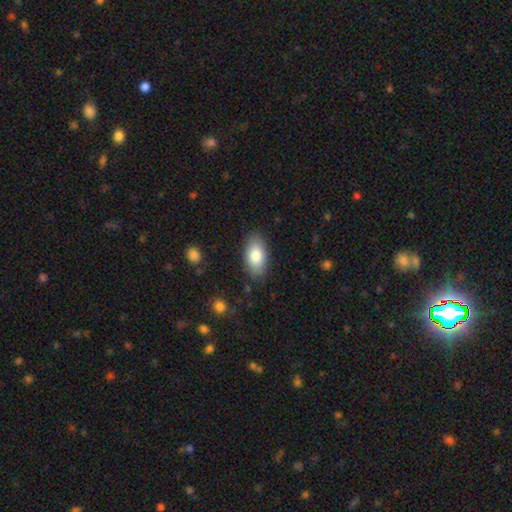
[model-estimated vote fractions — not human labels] Morphology: type=smooth (83%); roundness=in between (93%); merging=none (85%).